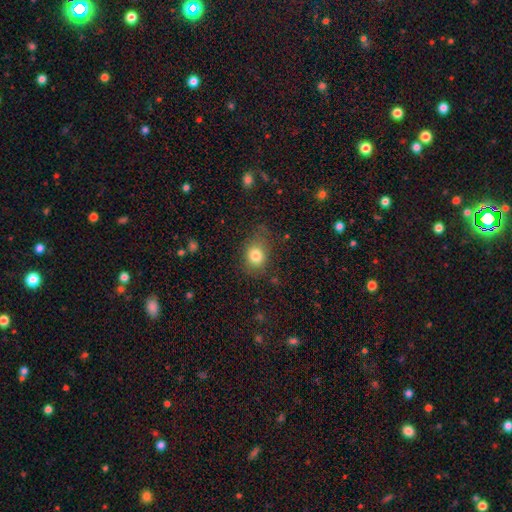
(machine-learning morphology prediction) A smooth galaxy with no disk features (80%) that is round (50%).

Vote fractions:
- Smooth or featured? smooth: 80% / star or artifact: 11% / featured or disk: 9%
- How rounded? round: 50% / in between: 49% / cigar-shaped: 1%
- Merging? none: 68% / minor disturbance: 22% / major disturbance: 9% / merger: 2%